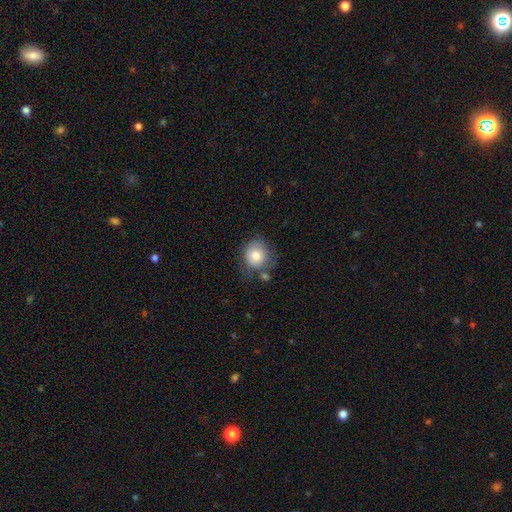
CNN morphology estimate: Smooth or featured? Predicted: smooth (p=0.78). How rounded? Predicted: round (p=0.82). Merging? Predicted: none (p=0.56).